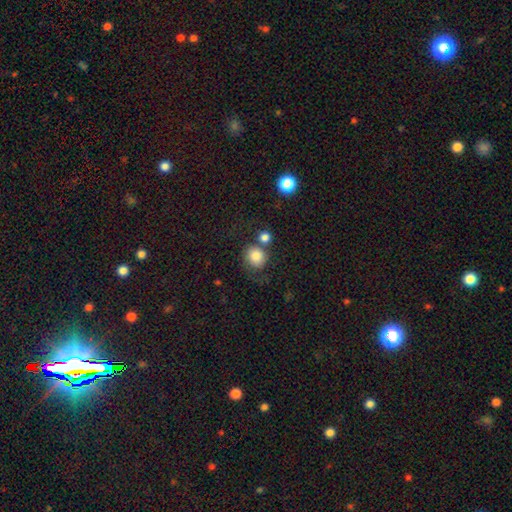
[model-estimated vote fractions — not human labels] Overall: smooth (82%). How rounded: round (86%). Merging: none (58%; merger 22%).